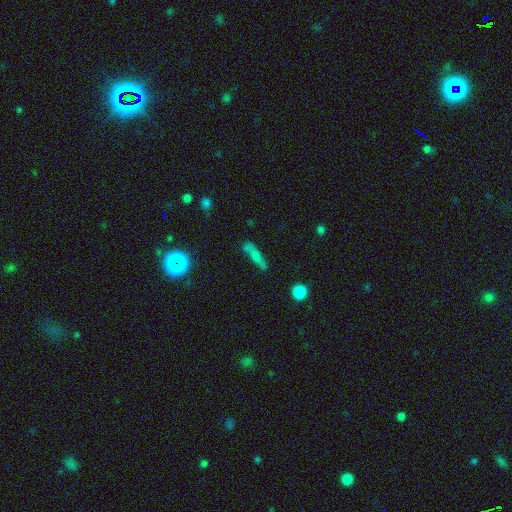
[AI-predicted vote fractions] Smooth or featured?
  - smooth: 49% *
  - featured or disk: 37%
  - star or artifact: 13%
Merging?
  - none: 65% *
  - minor disturbance: 20%
  - major disturbance: 8%
  - merger: 8%